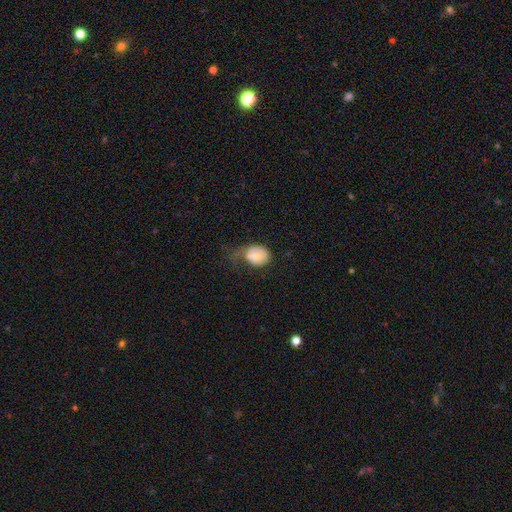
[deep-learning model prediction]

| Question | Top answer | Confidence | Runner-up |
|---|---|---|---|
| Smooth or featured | smooth | 73% | featured or disk (19%) |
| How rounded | in between | 54% | round (45%) |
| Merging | major disturbance | 38% | minor disturbance (33%) |